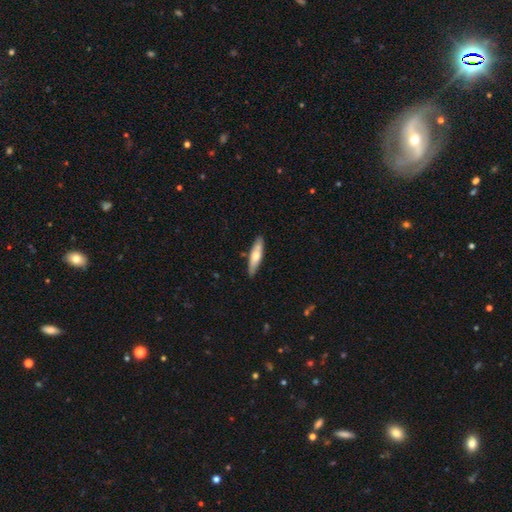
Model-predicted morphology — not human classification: Smooth or featured? smooth (57%)
How rounded? cigar-shaped (72%)
Merging? none (85%)